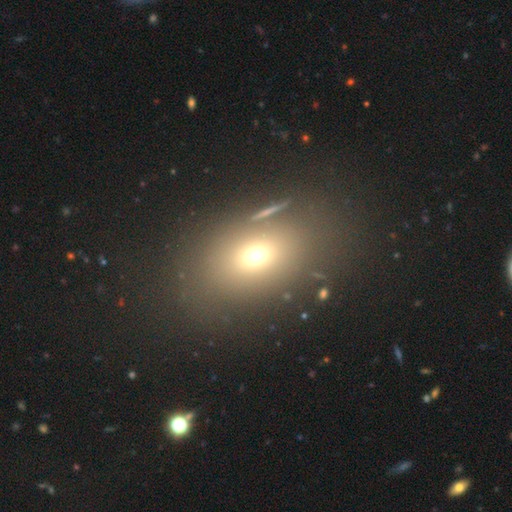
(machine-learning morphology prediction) A smooth galaxy with no disk features (62%) that is in between round and cigar-shaped (71%).

Vote fractions:
- Smooth or featured? smooth: 62% / star or artifact: 21% / featured or disk: 16%
- How rounded? in between: 71% / round: 26% / cigar-shaped: 3%
- Merging? none: 77% / minor disturbance: 11% / major disturbance: 7% / merger: 6%